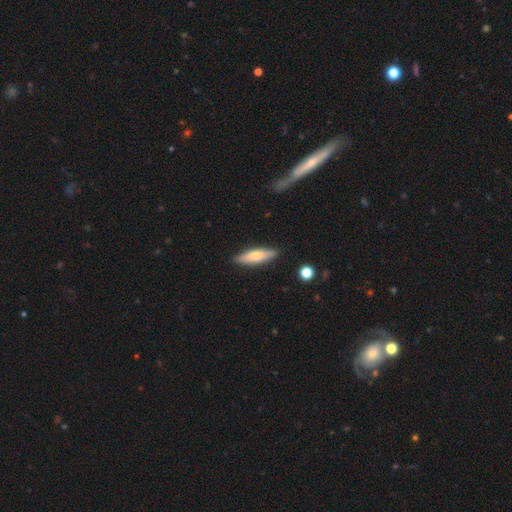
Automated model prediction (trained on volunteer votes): Q: Smooth or featured?
A: smooth (68%); runner-up: featured or disk (26%)
Q: How rounded?
A: cigar-shaped (63%); runner-up: in between (35%)
Q: Merging?
A: none (86%); runner-up: minor disturbance (11%)